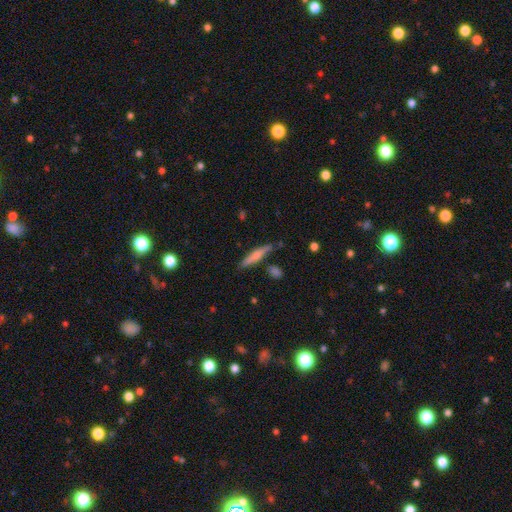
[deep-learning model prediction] Smooth or featured? Predicted: smooth (p=0.60). How rounded? Predicted: cigar-shaped (p=0.89). Merging? Predicted: none (p=0.79).